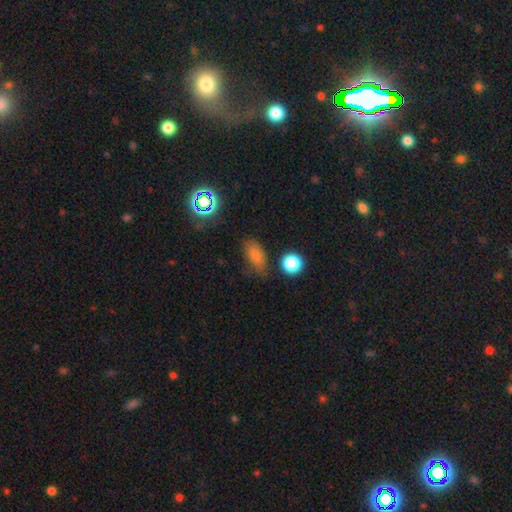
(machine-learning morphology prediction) Overall: smooth (75%). How rounded: in between (83%). Merging: none (63%; minor disturbance 25%).